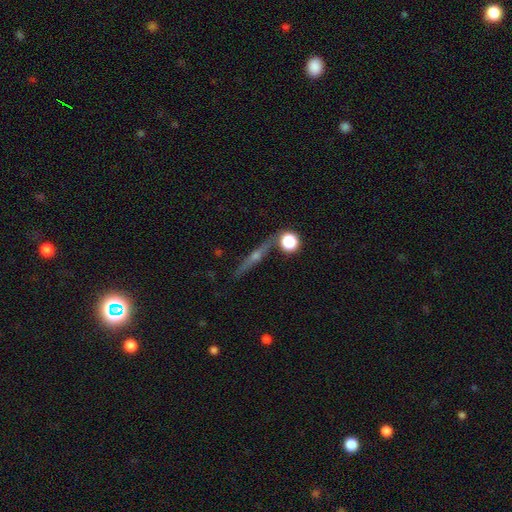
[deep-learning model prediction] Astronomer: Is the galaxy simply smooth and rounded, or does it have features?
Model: featured or disk — 72%.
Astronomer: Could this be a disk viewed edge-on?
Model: yes — 96%.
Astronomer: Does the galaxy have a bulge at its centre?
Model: rounded — 90%.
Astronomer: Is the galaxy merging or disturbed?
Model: none — 82%.